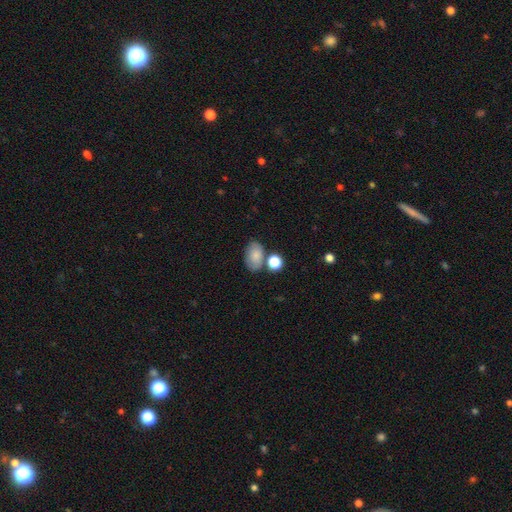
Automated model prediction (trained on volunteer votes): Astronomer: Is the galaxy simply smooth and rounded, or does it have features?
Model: smooth — 79%.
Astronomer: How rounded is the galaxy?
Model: in between — 87%.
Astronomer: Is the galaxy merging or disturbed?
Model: none — 64%.